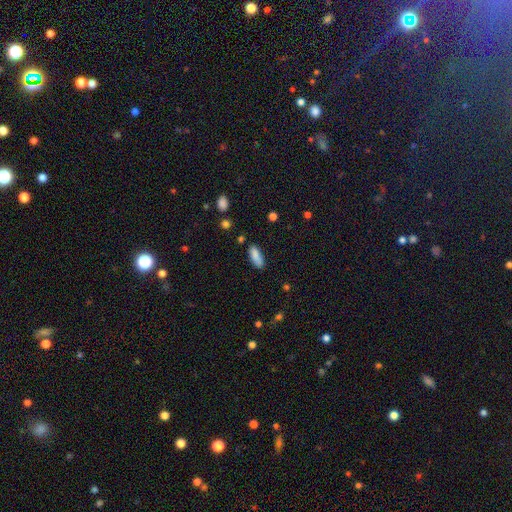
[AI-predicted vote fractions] smooth_or_featured: smooth (p=0.86) [alt: star or artifact p=0.07]
how_rounded: in between (p=0.72) [alt: cigar-shaped p=0.26]
merging: none (p=0.73) [alt: minor disturbance p=0.20]